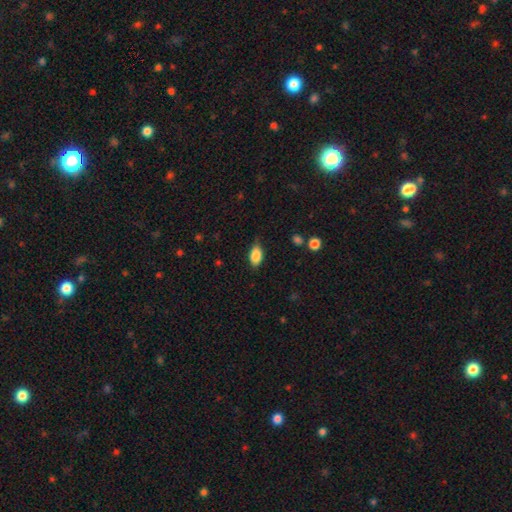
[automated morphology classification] Smooth or featured? Predicted: smooth (p=0.86). How rounded? Predicted: in between (p=0.90). Merging? Predicted: none (p=0.74).